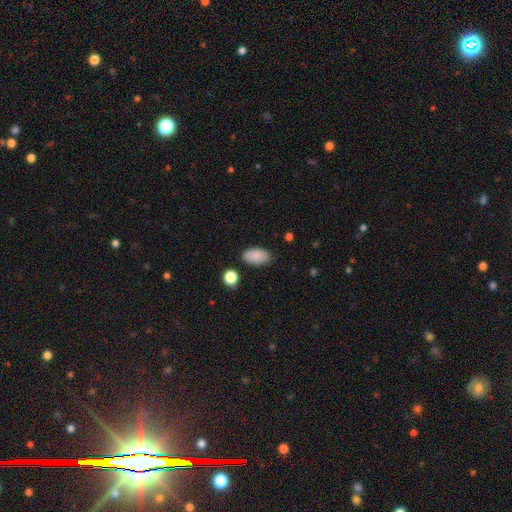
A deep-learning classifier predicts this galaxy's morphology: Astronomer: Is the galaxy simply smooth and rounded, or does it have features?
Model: smooth — 88%.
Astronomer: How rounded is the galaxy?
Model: in between — 94%.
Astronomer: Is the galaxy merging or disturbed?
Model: none — 85%.